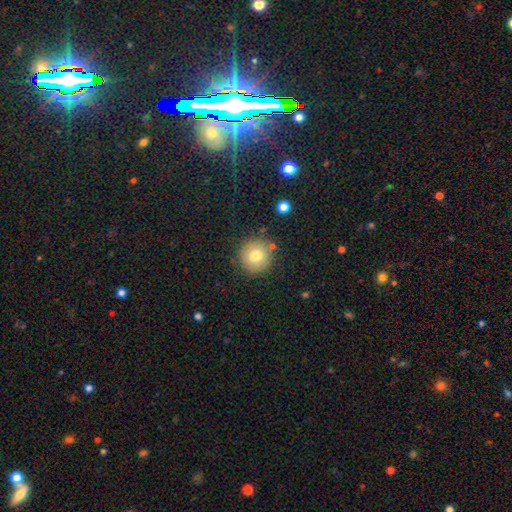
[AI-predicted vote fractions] This is likely a smooth galaxy (75%). How rounded: clearly round (94%). Merging: clearly none (85%).